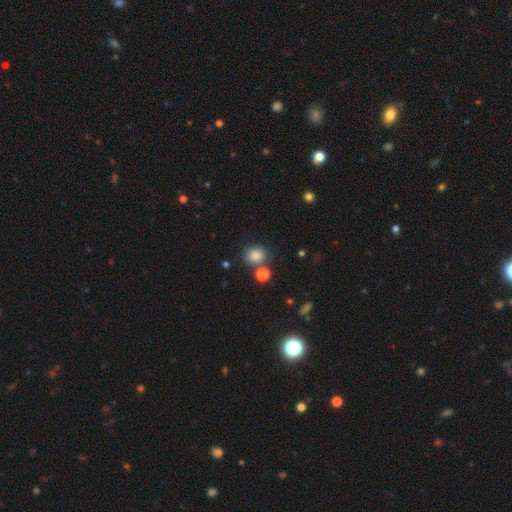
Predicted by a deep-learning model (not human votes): Morphology: type=smooth (83%); roundness=round (75%); merging=none (72%).